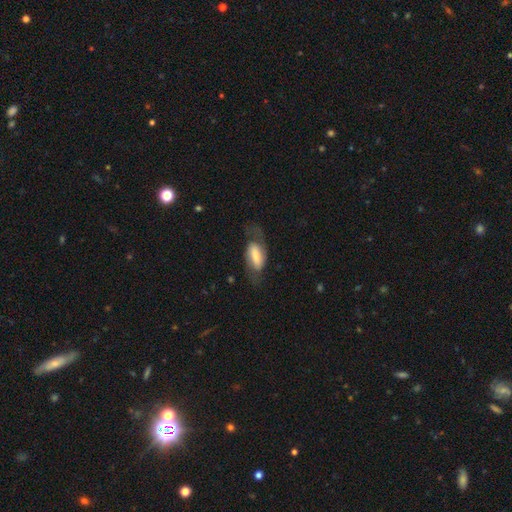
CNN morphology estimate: Smooth or featured? Predicted: featured or disk (p=0.52). Edge-on disk? Predicted: no (p=0.89). Merging? Predicted: none (p=0.59).